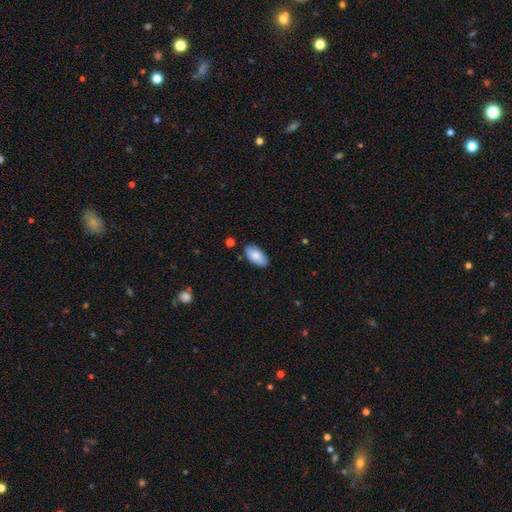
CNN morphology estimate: Smooth or featured? smooth (83%)
How rounded? in between (94%)
Merging? none (84%)